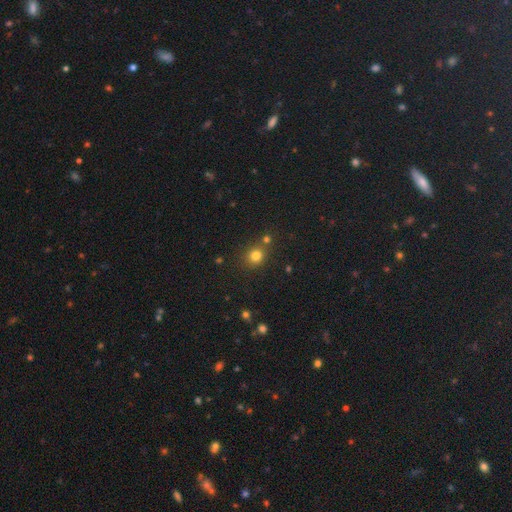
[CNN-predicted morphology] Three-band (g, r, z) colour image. It shows a smooth galaxy with no disk features (78%) that is round (81%). Merging: none (71%).